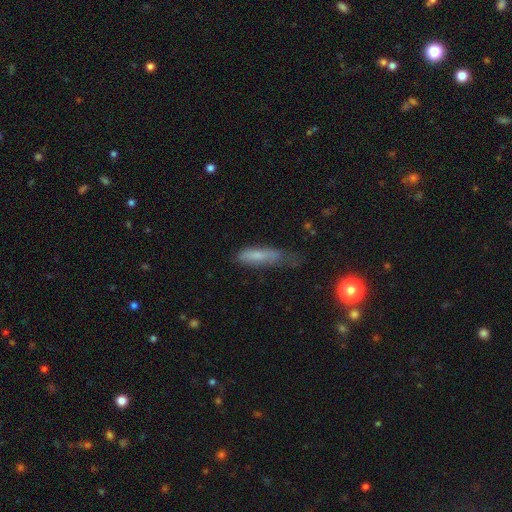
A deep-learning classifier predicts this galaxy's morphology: type=smooth (68%); roundness=cigar-shaped (71%); merging=none (43%).